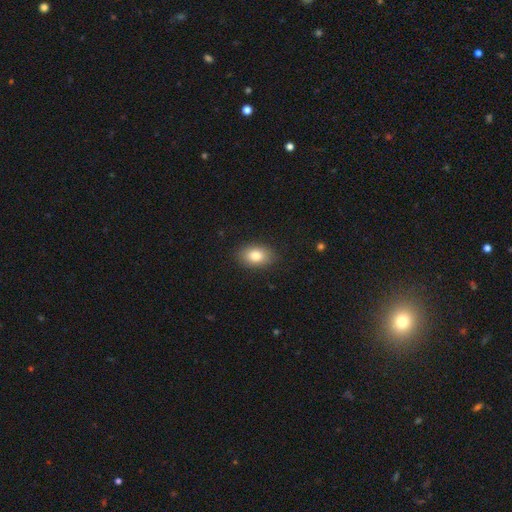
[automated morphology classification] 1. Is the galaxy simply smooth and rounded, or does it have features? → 82% smooth, 10% featured or disk, 9% star or artifact.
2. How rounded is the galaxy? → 82% in between, 17% round, 1% cigar-shaped.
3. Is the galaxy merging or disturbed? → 87% none, 9% minor disturbance, 2% major disturbance, 1% merger.